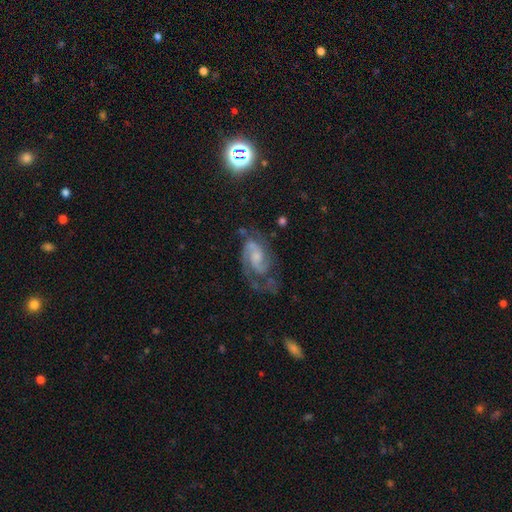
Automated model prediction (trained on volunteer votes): This is clearly a featured or disk galaxy (83%). It is clearly not viewed edge-on (97%). Bar: possibly no (50%). Spiral arm pattern: clearly yes (96%). Spiral arm count: likely 2 (76%). Spiral winding: possibly medium (51%). Central bulge: marginally small (40%). Merging: possibly none (53%).